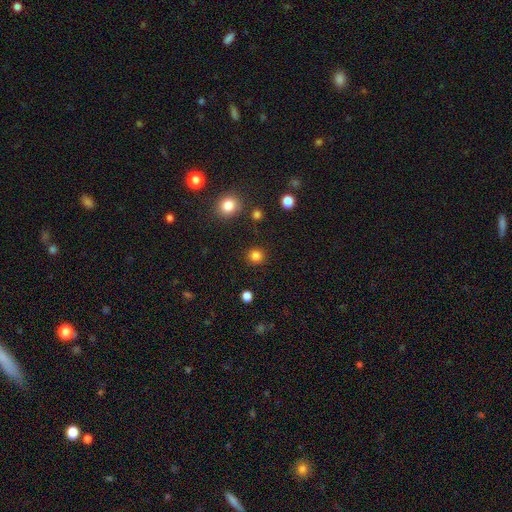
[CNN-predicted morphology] This appears to be a smooth galaxy with no disk features (84%) that is round (92%). Merging: none (90%).